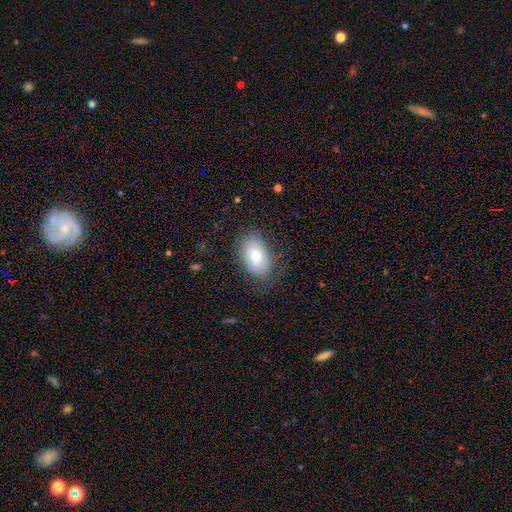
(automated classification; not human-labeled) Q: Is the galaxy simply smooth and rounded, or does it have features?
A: smooth — 74%.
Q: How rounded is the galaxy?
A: in between — 90%.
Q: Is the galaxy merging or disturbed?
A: none — 74%.